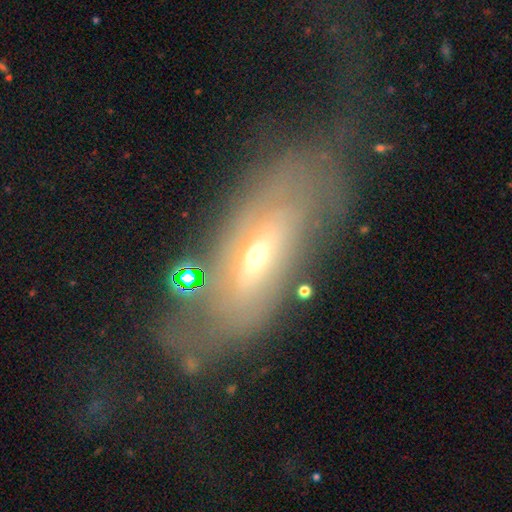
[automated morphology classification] This is possibly a featured or disk galaxy (51%). It is likely not viewed edge-on (64%). Merging: possibly none (50%).